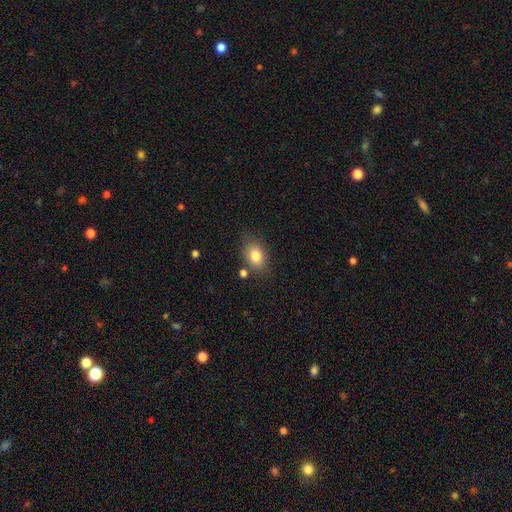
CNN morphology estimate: Smooth or featured? Predicted: smooth (p=0.81). How rounded? Predicted: in between (p=0.75). Merging? Predicted: none (p=0.76).